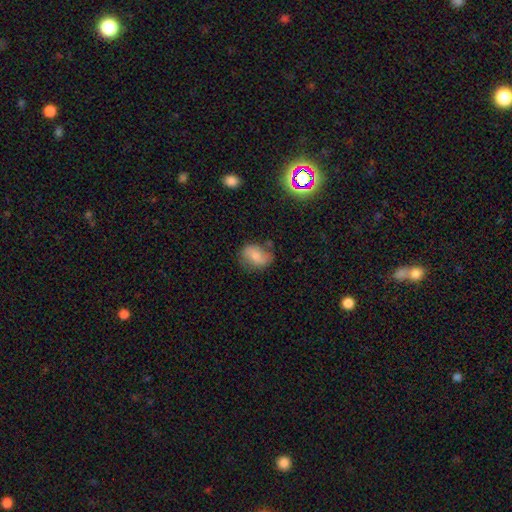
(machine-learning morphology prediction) smooth-or-featured: smooth: 63% | featured or disk: 28% | star or artifact: 9%
  how-rounded: in between: 74% | round: 25% | cigar-shaped: 2%
  merging: none: 62% | minor disturbance: 26% | major disturbance: 8% | merger: 4%